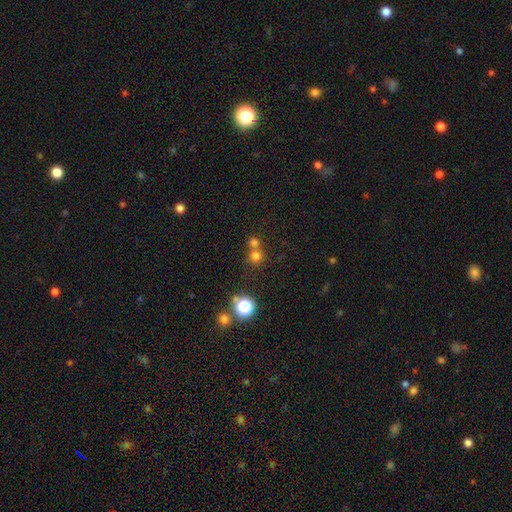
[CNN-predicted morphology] Smooth or featured: smooth — 70% (star or artifact — 21%)
How rounded: round — 91% (in between — 8%)
Merging: none — 56% (merger — 36%)